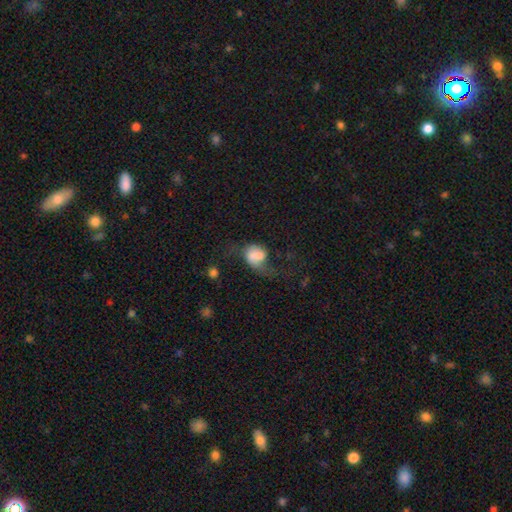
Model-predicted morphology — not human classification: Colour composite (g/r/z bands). It shows a smooth galaxy with no disk features (58%) that is in between round and cigar-shaped (63%). Merging: major disturbance (49%).